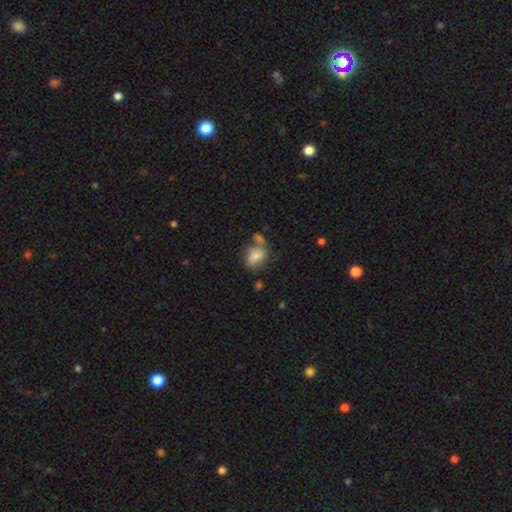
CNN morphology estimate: smooth 73%, featured or disk 18%, star or artifact 9%. Down the decision tree: how rounded — in between (63%); merging — none (42%).